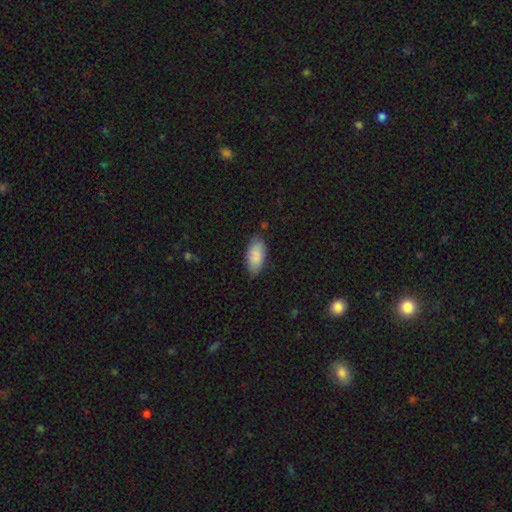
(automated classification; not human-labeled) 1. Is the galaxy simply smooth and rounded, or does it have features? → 87% smooth, 7% featured or disk, 6% star or artifact.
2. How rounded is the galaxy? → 91% in between, 7% cigar-shaped, 2% round.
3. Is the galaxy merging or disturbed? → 79% none, 16% minor disturbance, 3% major disturbance, 1% merger.